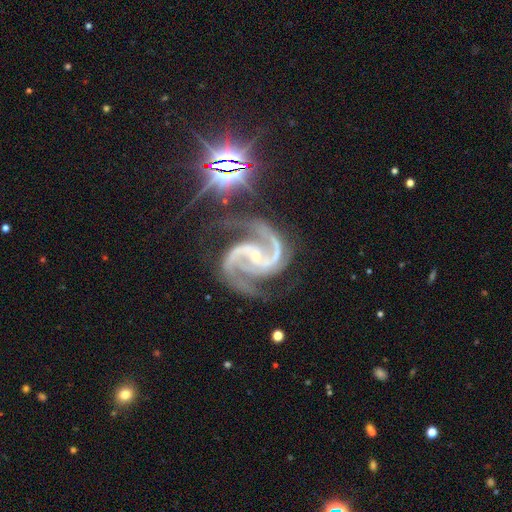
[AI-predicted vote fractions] Q: Smooth or featured?
A: featured or disk (93%); runner-up: star or artifact (5%)
Q: Edge-on disk?
A: no (98%); runner-up: yes (2%)
Q: Bar?
A: no (36%); runner-up: weak (33%)
Q: Spiral arms?
A: yes (99%); runner-up: no (1%)
Q: Spiral winding?
A: medium (68%); runner-up: tight (20%)
Q: Spiral arm count?
A: 2 (79%); runner-up: 3 (12%)
Q: Bulge size?
A: small (79%); runner-up: moderate (18%)
Q: Merging?
A: none (65%); runner-up: minor disturbance (20%)